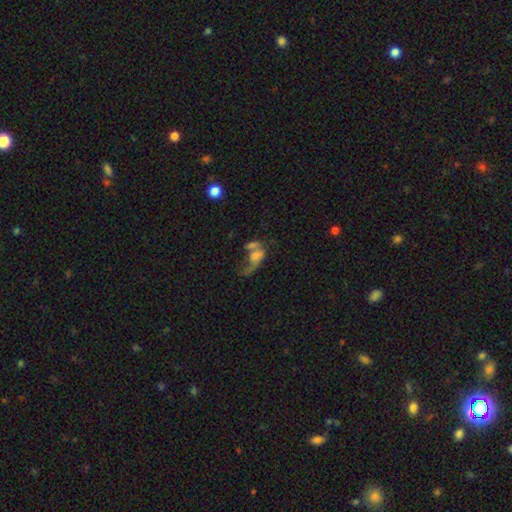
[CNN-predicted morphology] smooth_or_featured: smooth (p=0.43) [alt: featured or disk p=0.42]
merging: merger (p=0.44) [alt: major disturbance p=0.31]